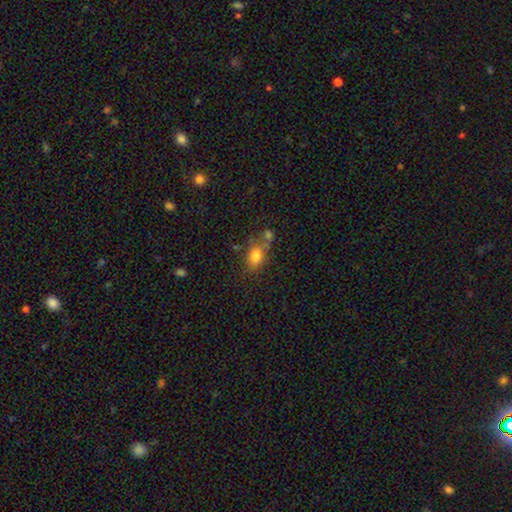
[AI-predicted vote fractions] smooth 78%, featured or disk 11%, star or artifact 11%. Down the decision tree: how rounded — in between (70%); merging — none (43%).